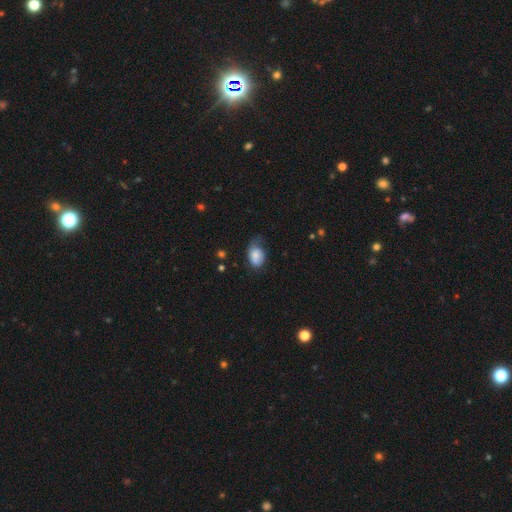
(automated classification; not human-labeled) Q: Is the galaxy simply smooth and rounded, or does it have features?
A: smooth — 76%.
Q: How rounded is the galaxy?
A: in between — 83%.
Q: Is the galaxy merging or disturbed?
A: none — 39%.